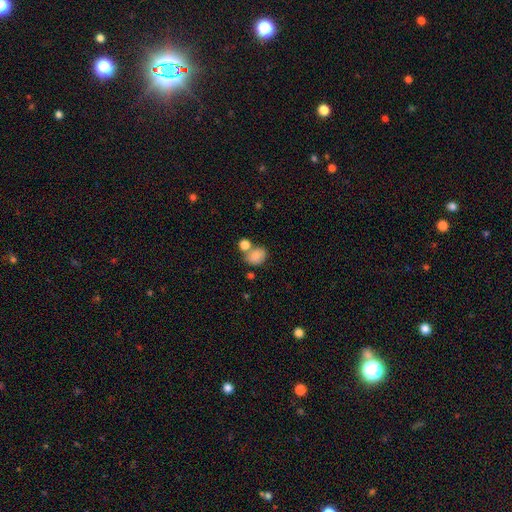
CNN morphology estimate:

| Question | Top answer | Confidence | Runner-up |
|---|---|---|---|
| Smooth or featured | smooth | 84% | star or artifact (9%) |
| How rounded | in between | 59% | round (40%) |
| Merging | none | 47% | merger (34%) |